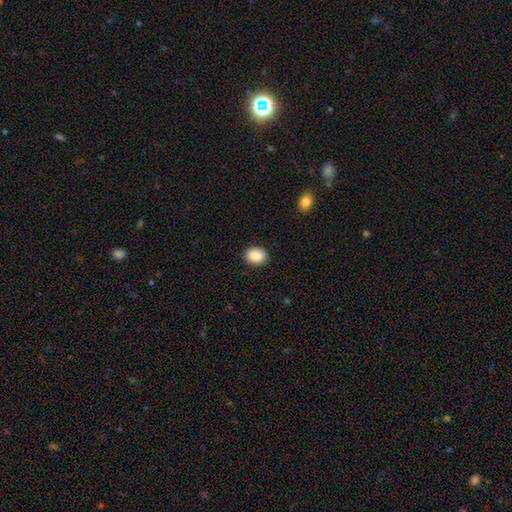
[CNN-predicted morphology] This appears to be a smooth galaxy with no disk features (88%) that is in between round and cigar-shaped (60%). Merging: none (90%).